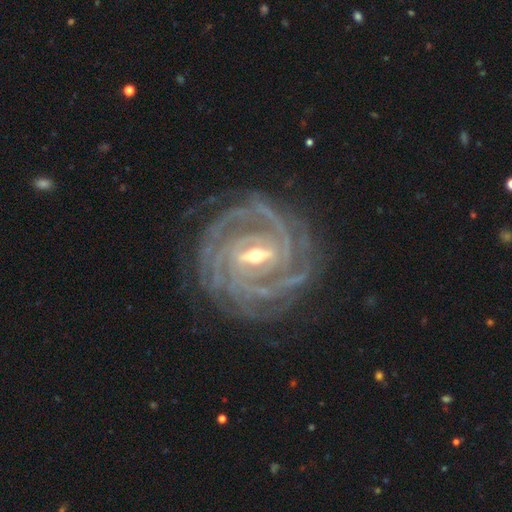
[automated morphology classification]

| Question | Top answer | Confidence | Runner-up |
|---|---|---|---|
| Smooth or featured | featured or disk | 93% | star or artifact (4%) |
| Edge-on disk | no | 97% | yes (3%) |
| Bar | strong | 58% | weak (33%) |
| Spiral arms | yes | 98% | no (2%) |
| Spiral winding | tight | 81% | medium (16%) |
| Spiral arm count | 4 | 29% | more than 4 (18%) |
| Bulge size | small | 49% | moderate (47%) |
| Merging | none | 79% | minor disturbance (14%) |